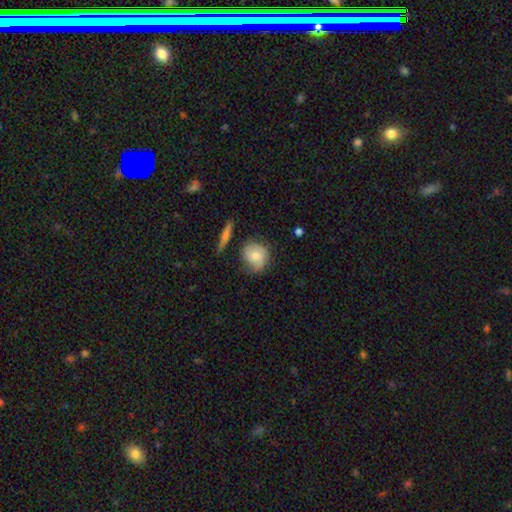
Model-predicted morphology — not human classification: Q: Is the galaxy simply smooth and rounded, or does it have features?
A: smooth — 67%.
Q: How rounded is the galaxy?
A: round — 76%.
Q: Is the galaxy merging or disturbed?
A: none — 61%.